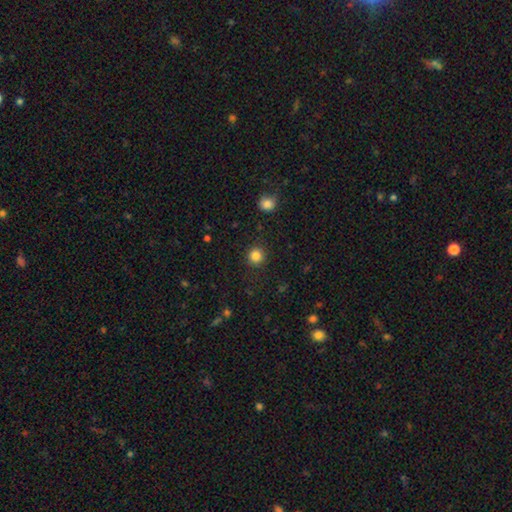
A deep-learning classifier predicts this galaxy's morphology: type=smooth (85%); roundness=round (93%); merging=none (90%).